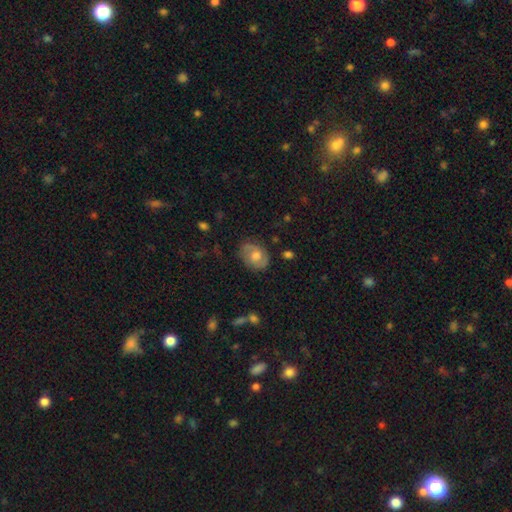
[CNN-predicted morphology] Smooth or featured: smooth — 50% (featured or disk — 42%)
How rounded: in between — 65% (round — 34%)
Merging: none — 77% (minor disturbance — 17%)